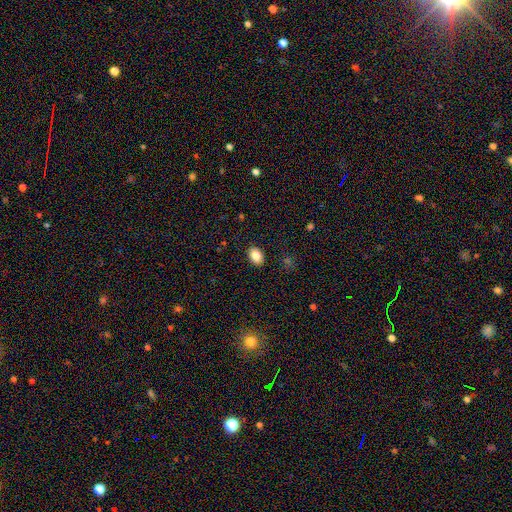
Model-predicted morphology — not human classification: smooth-or-featured: smooth: 85% | star or artifact: 9% | featured or disk: 7%
  how-rounded: in between: 75% | round: 24% | cigar-shaped: 1%
  merging: none: 89% | minor disturbance: 8% | major disturbance: 2% | merger: 1%